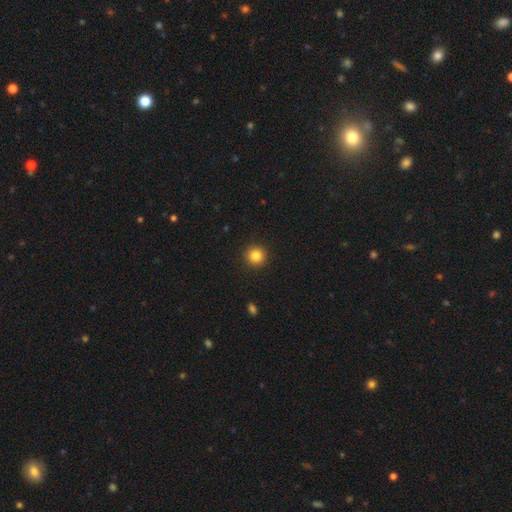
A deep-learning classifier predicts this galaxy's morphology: Smooth or featured: smooth — 85% (star or artifact — 11%)
How rounded: round — 95% (in between — 4%)
Merging: none — 92% (minor disturbance — 5%)